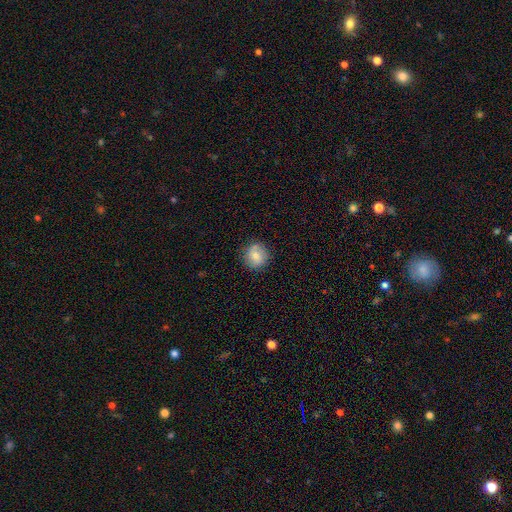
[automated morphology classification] Overall: smooth (72%). How rounded: round (88%). Merging: none (85%).